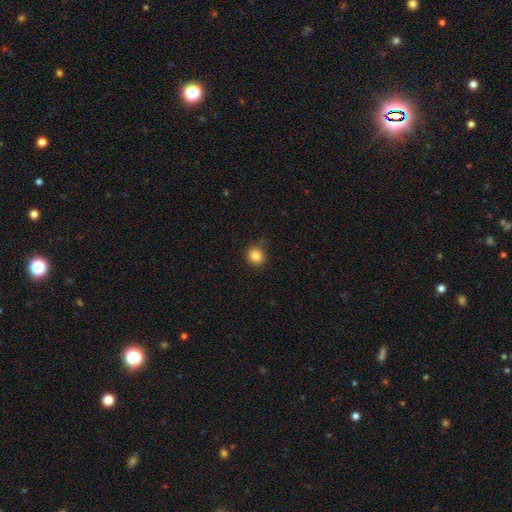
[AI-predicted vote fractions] The model was most divided on "merging": none: 85%, minor disturbance: 11%, major disturbance: 3%, merger: 1%. More confident: how rounded — round (87%); smooth or featured — smooth (85%).